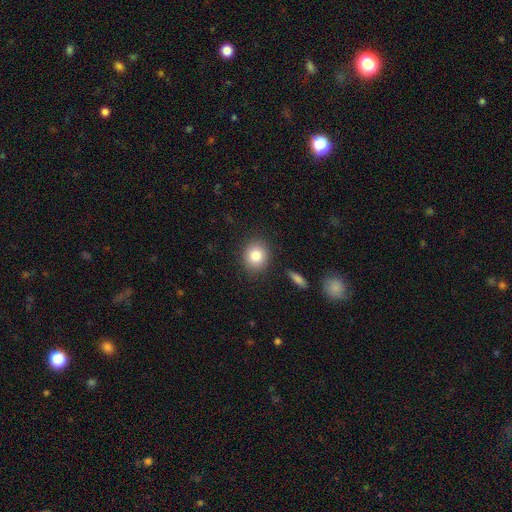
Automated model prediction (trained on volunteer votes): smooth 82%, star or artifact 9%, featured or disk 8%. Down the decision tree: how rounded — round (78%); merging — none (87%).